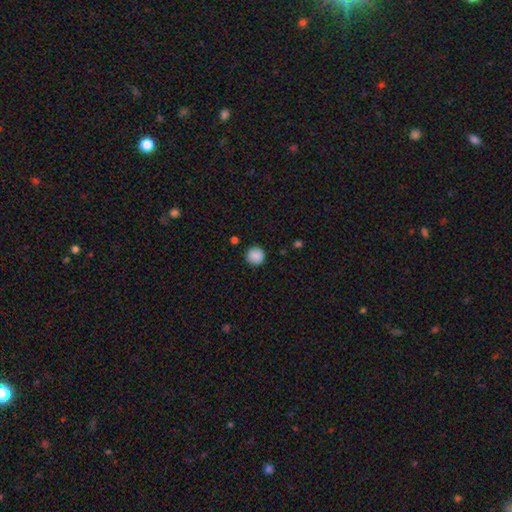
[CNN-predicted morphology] Smooth or featured? smooth (88%)
How rounded? round (95%)
Merging? none (89%)